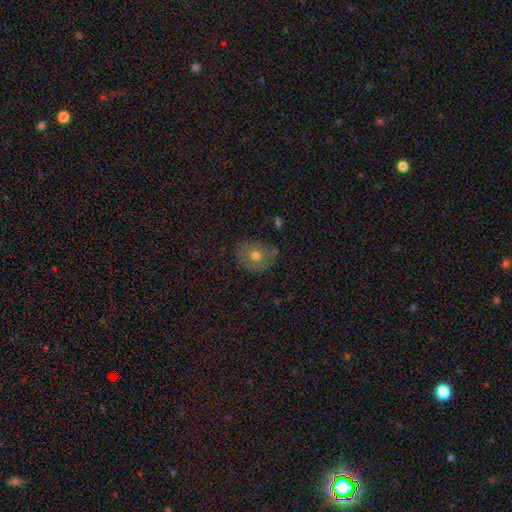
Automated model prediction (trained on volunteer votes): The model was most divided on "how rounded": round: 63%, in between: 36%, cigar-shaped: 1%. More confident: merging — none (67%); smooth or featured — smooth (60%).